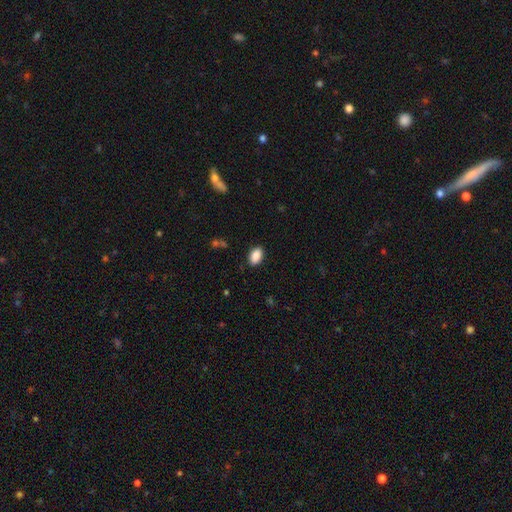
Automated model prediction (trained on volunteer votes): smooth_or_featured: smooth (p=0.89) [alt: star or artifact p=0.07]
how_rounded: in between (p=0.91) [alt: round p=0.07]
merging: none (p=0.87) [alt: minor disturbance p=0.09]